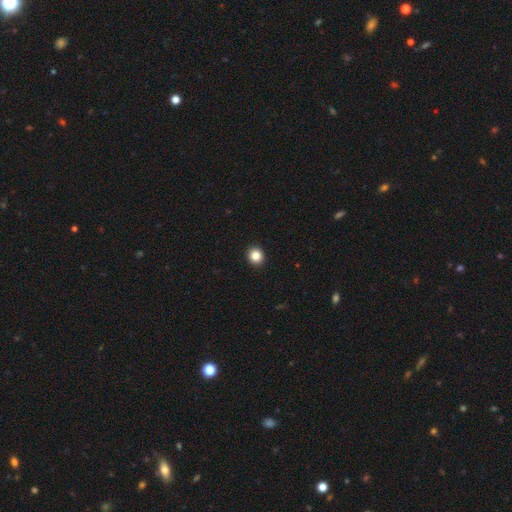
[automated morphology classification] A smooth galaxy with no disk features (85%) that is round (87%). Merging: none (94%).